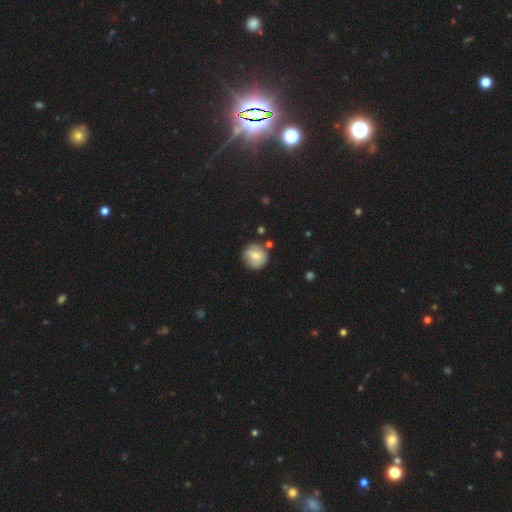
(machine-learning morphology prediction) Smooth or featured?
  - smooth: 64% *
  - featured or disk: 28%
  - star or artifact: 9%
How rounded?
  - round: 92% *
  - in between: 7%
  - cigar-shaped: 1%
Merging?
  - none: 74% *
  - minor disturbance: 16%
  - merger: 5%
  - major disturbance: 4%